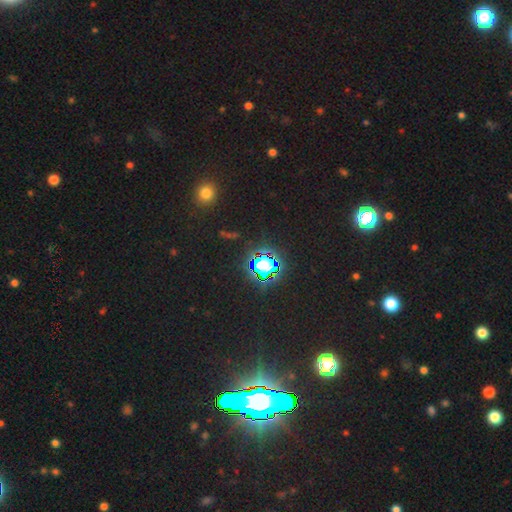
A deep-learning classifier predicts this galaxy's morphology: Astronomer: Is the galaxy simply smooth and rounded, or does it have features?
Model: star or artifact — 81%.